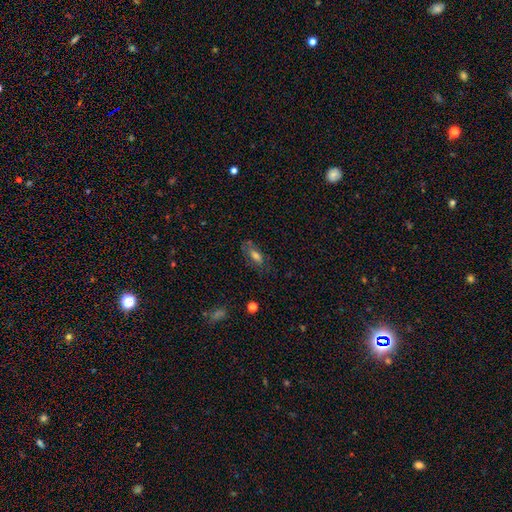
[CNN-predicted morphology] A smooth galaxy with no disk features (48%).

Vote fractions:
- Smooth or featured? smooth: 48% / featured or disk: 36% / star or artifact: 17%
- Merging? none: 66% / minor disturbance: 20% / major disturbance: 11% / merger: 3%